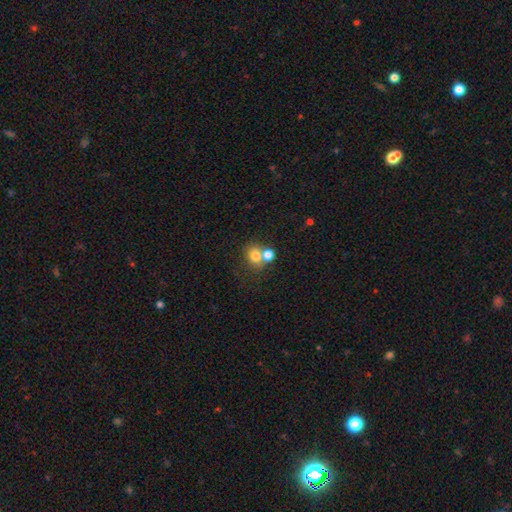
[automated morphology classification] The model was most divided on "merging": merger: 47%, none: 41%, minor disturbance: 8%, major disturbance: 4%. More confident: smooth or featured — smooth (77%); how rounded — round (68%).